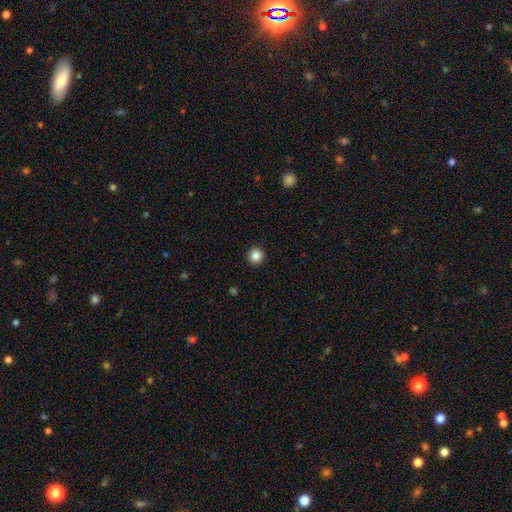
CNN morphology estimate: Smooth or featured? smooth (85%)
How rounded? round (95%)
Merging? none (93%)